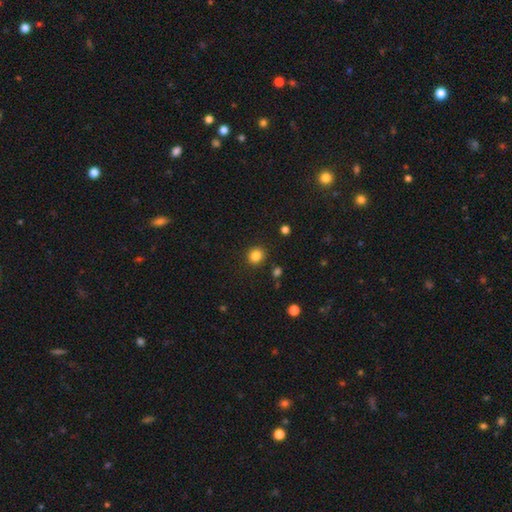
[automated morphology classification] Smooth or featured? smooth (84%)
How rounded? round (86%)
Merging? none (90%)